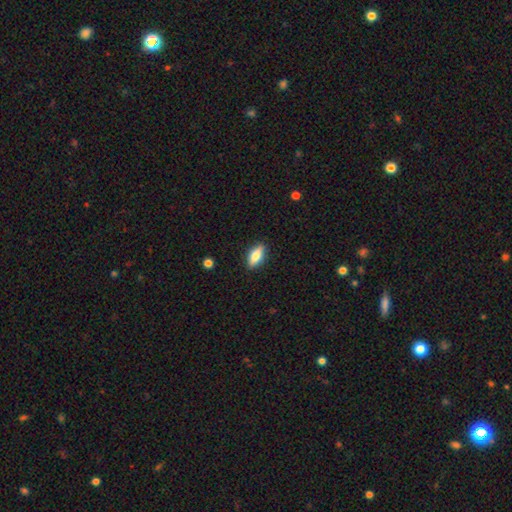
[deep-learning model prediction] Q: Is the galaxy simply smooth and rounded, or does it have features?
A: smooth — 70%.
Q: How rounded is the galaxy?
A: in between — 74%.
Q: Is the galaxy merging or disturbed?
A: none — 87%.